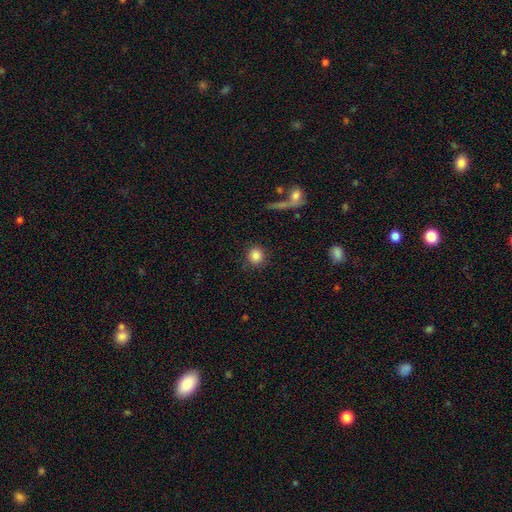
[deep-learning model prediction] Smooth or featured: smooth — 85% (star or artifact — 9%)
How rounded: round — 92% (in between — 7%)
Merging: none — 88% (minor disturbance — 7%)